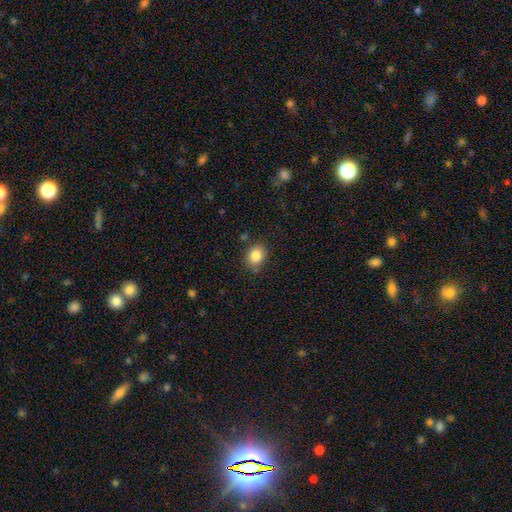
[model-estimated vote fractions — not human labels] A smooth galaxy with no disk features (85%) that is round (57%).

Vote fractions:
- Smooth or featured? smooth: 85% / star or artifact: 10% / featured or disk: 5%
- How rounded? round: 57% / in between: 42% / cigar-shaped: 1%
- Merging? none: 80% / minor disturbance: 14% / major disturbance: 3% / merger: 3%